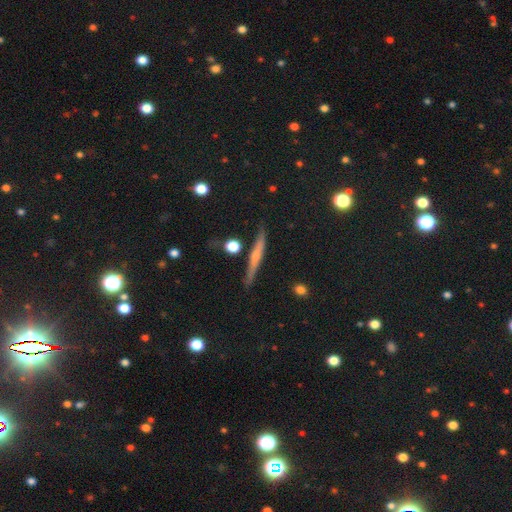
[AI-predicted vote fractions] Smooth or featured: featured or disk — 60% (smooth — 29%)
Edge-on disk: yes — 95% (no — 5%)
Edge-on bulge: rounded — 63% (none — 30%)
Merging: none — 87% (minor disturbance — 9%)